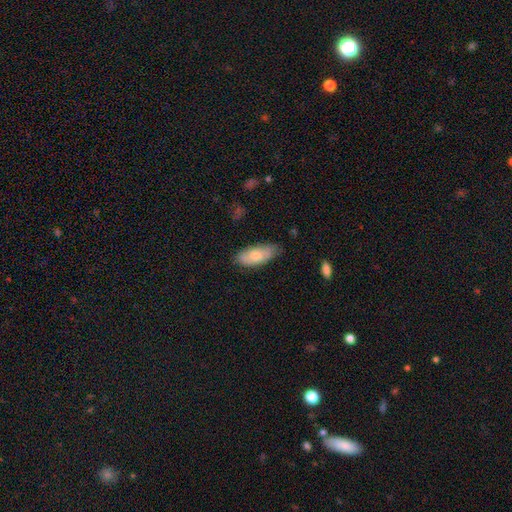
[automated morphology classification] Smooth or featured? Predicted: smooth (p=0.72). How rounded? Predicted: in between (p=0.85). Merging? Predicted: none (p=0.71).